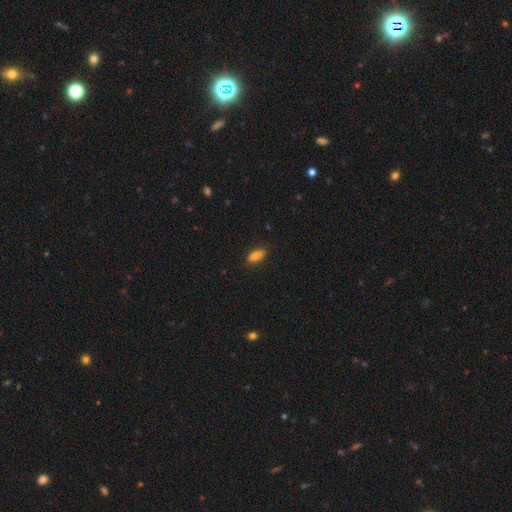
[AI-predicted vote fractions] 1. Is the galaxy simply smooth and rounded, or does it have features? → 86% smooth, 8% star or artifact, 6% featured or disk.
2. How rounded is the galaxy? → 79% in between, 18% cigar-shaped, 3% round.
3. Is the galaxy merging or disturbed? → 86% none, 11% minor disturbance, 2% major disturbance, 1% merger.